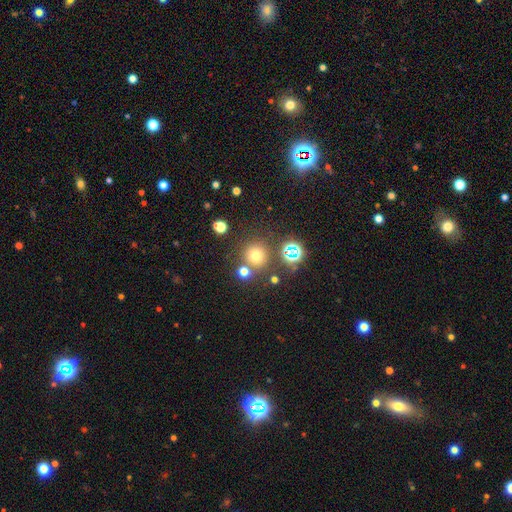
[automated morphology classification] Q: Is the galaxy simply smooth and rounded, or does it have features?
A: smooth — 66%.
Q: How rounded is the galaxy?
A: round — 92%.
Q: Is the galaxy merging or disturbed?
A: none — 75%.